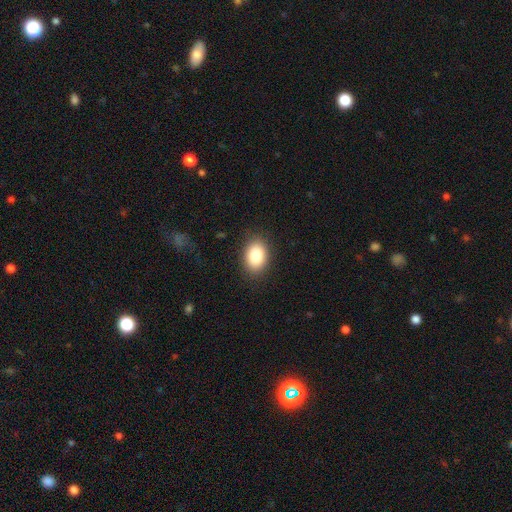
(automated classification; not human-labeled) Smooth or featured? smooth (87%)
How rounded? in between (78%)
Merging? none (86%)